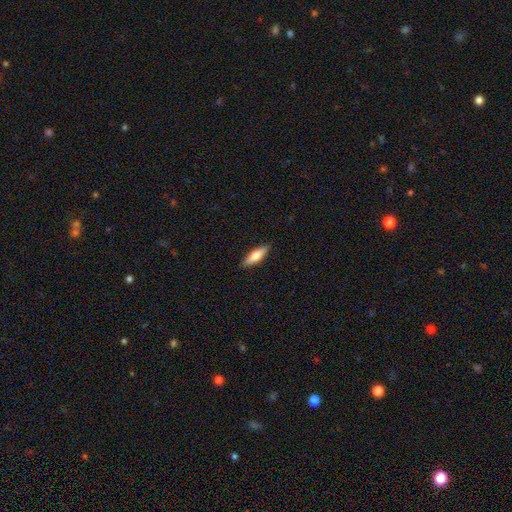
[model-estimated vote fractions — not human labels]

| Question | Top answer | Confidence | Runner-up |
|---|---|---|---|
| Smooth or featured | smooth | 70% | featured or disk (25%) |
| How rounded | cigar-shaped | 51% | in between (47%) |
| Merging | none | 89% | minor disturbance (8%) |